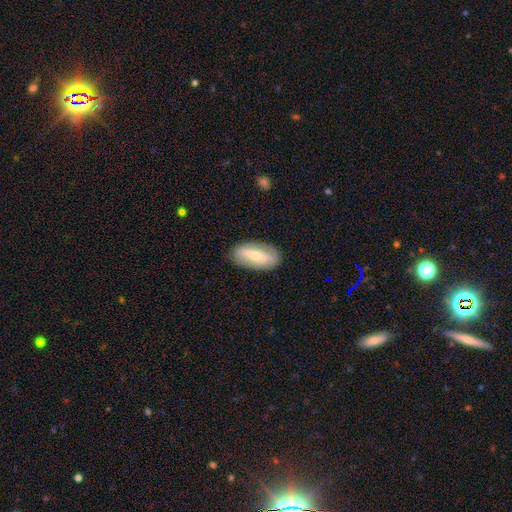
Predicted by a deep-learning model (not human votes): Overall: smooth (52%; featured or disk 42%). How rounded: in between (84%). Merging: none (84%).